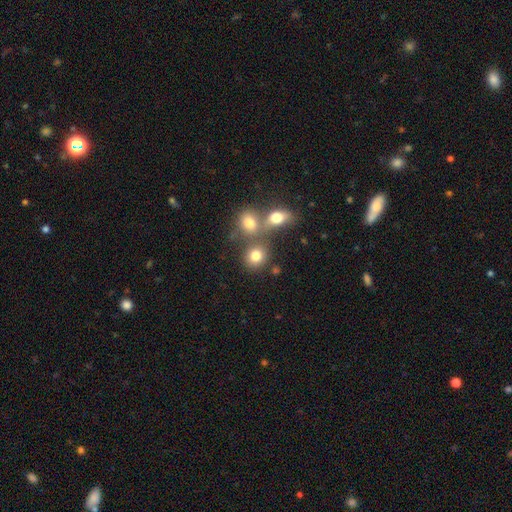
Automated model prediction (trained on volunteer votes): Smooth or featured: smooth — 79% (star or artifact — 12%)
How rounded: round — 75% (in between — 24%)
Merging: none — 55% (merger — 32%)